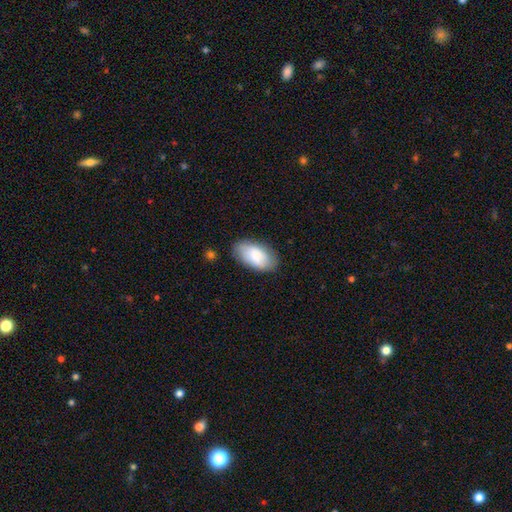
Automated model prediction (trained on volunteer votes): A smooth galaxy with no disk features (83%) that is in between round and cigar-shaped (95%). Merging: none (80%).